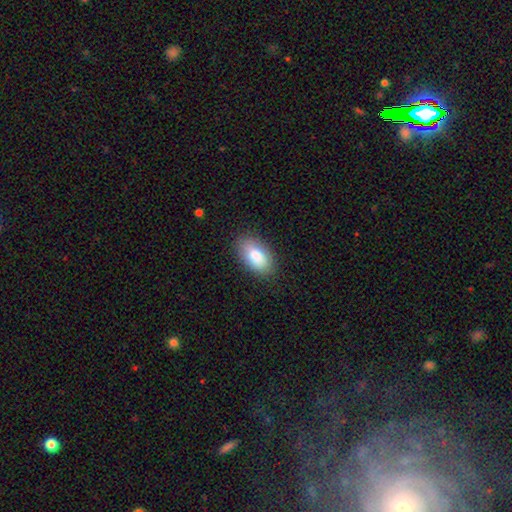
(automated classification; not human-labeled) A smooth galaxy with no disk features (84%) that is in between round and cigar-shaped (93%). Merging: none (86%).